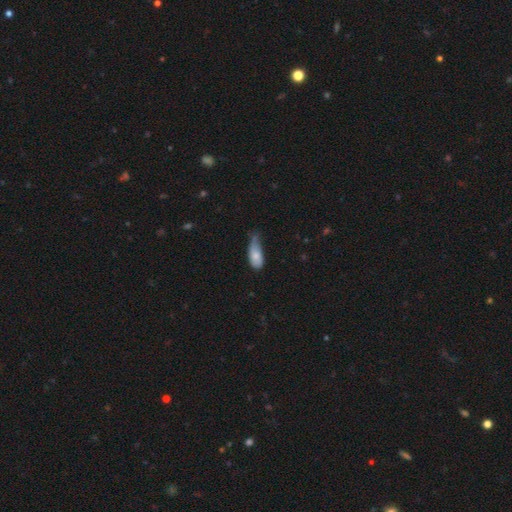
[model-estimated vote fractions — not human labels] Q: Smooth or featured?
A: smooth (75%); runner-up: featured or disk (18%)
Q: How rounded?
A: in between (84%); runner-up: cigar-shaped (13%)
Q: Merging?
A: minor disturbance (49%); runner-up: none (24%)